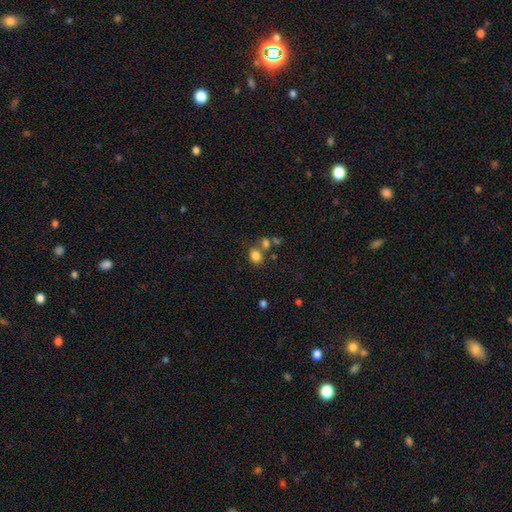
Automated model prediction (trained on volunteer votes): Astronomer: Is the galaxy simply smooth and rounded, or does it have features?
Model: smooth — 81%.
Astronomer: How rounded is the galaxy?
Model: in between — 55% (runner-up: round, 44%).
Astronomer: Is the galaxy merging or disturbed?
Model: none — 61%.